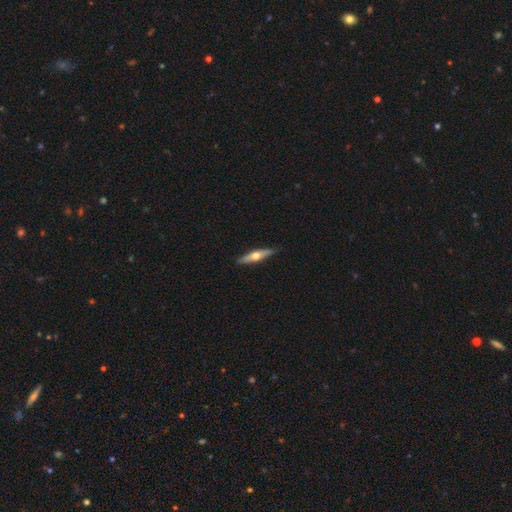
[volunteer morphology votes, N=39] Smooth or featured: featured or disk — 67% (smooth — 28%)
Edge-on disk: yes — 92% (no — 8%)
Edge-on bulge: rounded — 92% (boxy — 4%)
Merging: none — 84% (minor disturbance — 8%)